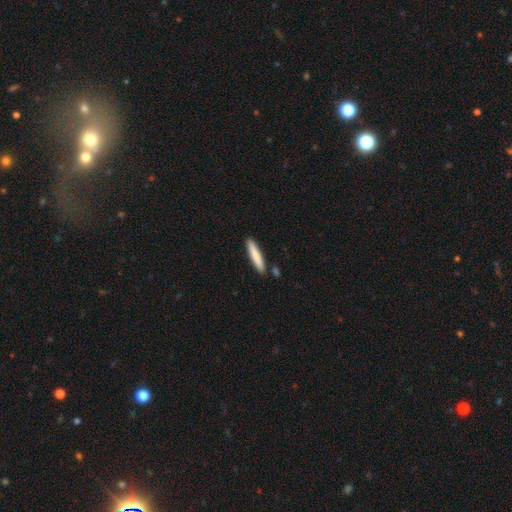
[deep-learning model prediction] Morphology: type=smooth (80%); roundness=cigar-shaped (91%); merging=none (87%).